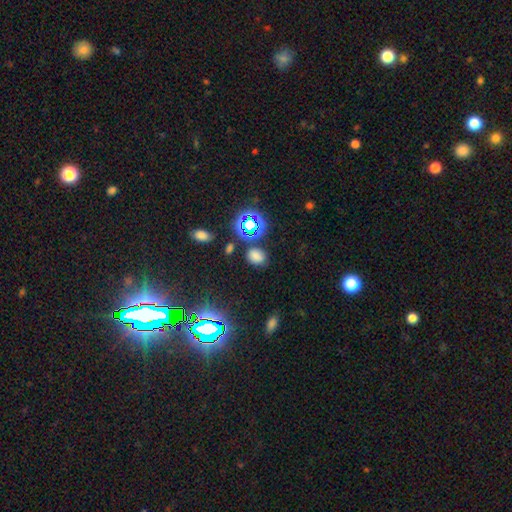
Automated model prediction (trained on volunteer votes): smooth-or-featured: smooth: 65% | star or artifact: 29% | featured or disk: 6%
  how-rounded: in between: 59% | round: 40% | cigar-shaped: 1%
  merging: none: 78% | minor disturbance: 13% | merger: 5% | major disturbance: 4%